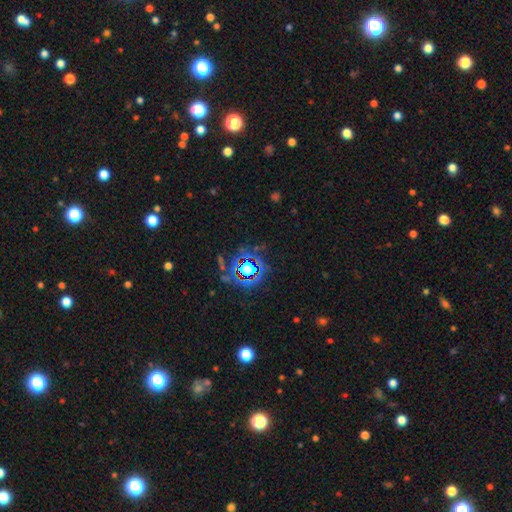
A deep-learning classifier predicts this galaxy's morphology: A star or artifact, not a galaxy (75%).